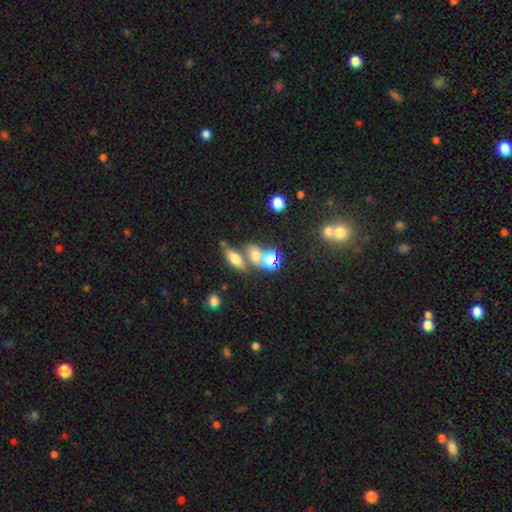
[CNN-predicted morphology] Overall: smooth (65%). How rounded: in between (58%; round 35%). Merging: merger (45%; none 40%).